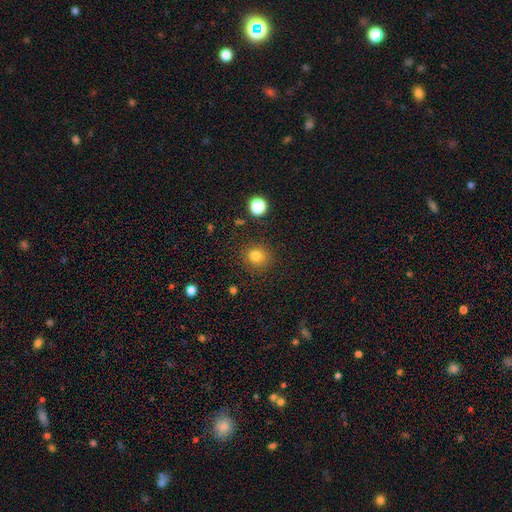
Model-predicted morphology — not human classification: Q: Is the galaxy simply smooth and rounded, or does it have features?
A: smooth — 81%.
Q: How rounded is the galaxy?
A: round — 86%.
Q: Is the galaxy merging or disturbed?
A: none — 87%.